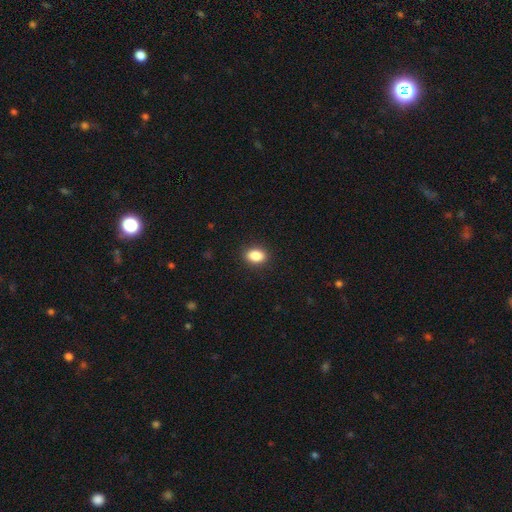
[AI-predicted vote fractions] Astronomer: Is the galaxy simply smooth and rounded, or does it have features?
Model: smooth — 87%.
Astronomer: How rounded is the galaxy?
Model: in between — 77%.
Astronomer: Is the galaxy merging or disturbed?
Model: none — 90%.